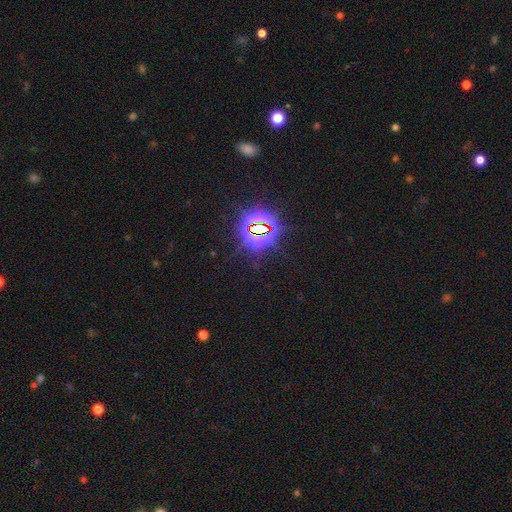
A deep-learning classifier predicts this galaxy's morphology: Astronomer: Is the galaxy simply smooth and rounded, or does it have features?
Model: star or artifact — 76%.